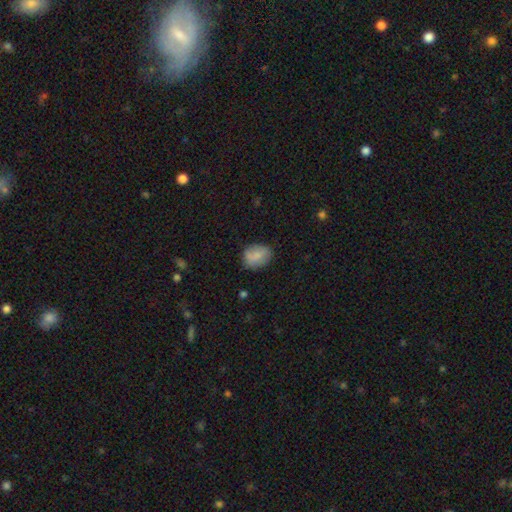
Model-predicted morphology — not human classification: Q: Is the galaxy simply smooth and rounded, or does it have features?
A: smooth — 79%.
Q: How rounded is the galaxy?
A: in between — 62%.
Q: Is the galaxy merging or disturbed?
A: none — 72%.